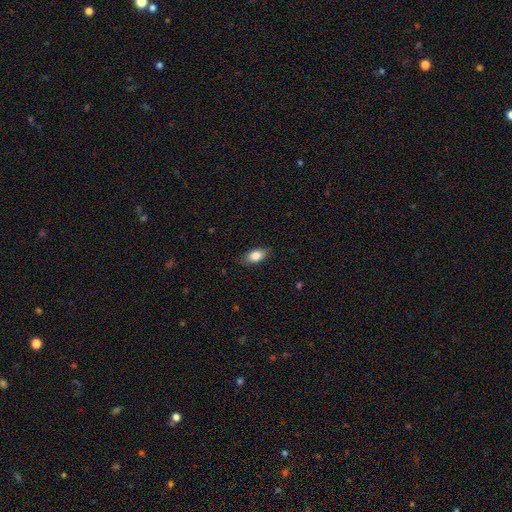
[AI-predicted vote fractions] Smooth or featured? Predicted: smooth (p=0.84). How rounded? Predicted: in between (p=0.89). Merging? Predicted: none (p=0.81).